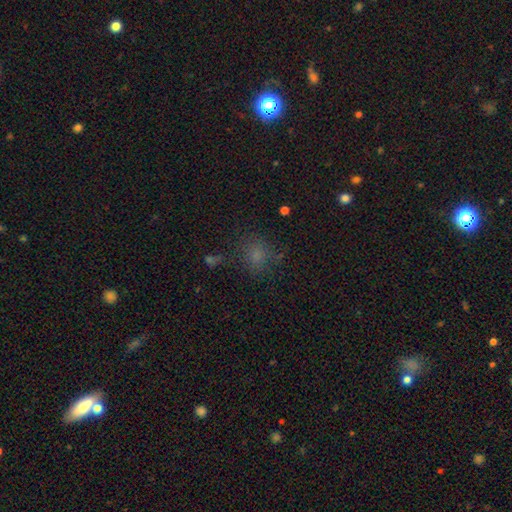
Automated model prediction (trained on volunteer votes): smooth 67%, star or artifact 25%, featured or disk 8%. Down the decision tree: how rounded — round (74%); merging — none (75%).